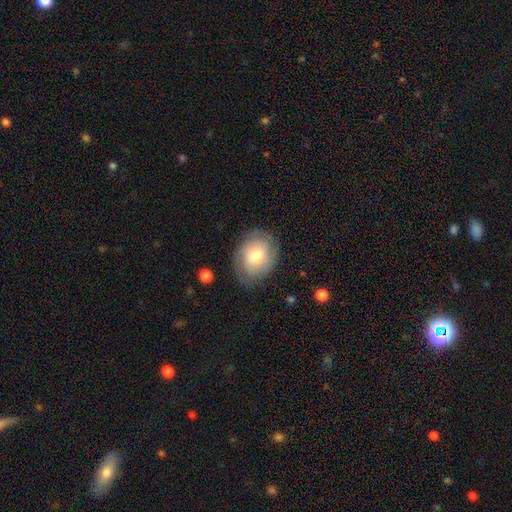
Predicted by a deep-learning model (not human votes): smooth-or-featured: smooth: 54% | featured or disk: 39% | star or artifact: 7%
  how-rounded: in between: 60% | round: 39% | cigar-shaped: 1%
  merging: none: 74% | minor disturbance: 18% | major disturbance: 6% | merger: 1%